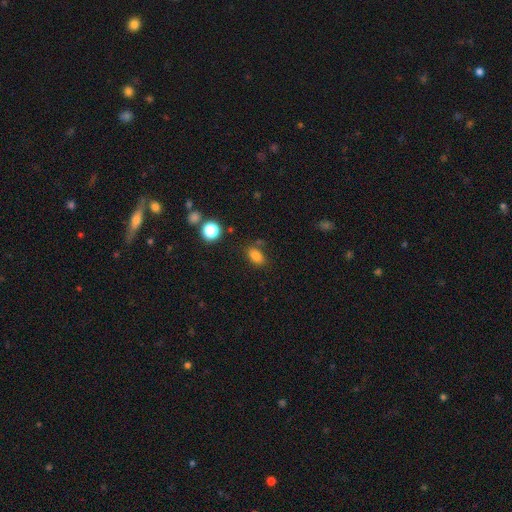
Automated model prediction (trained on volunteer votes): smooth-or-featured: smooth: 81% | star or artifact: 12% | featured or disk: 6%
  how-rounded: in between: 84% | round: 13% | cigar-shaped: 3%
  merging: none: 77% | minor disturbance: 13% | merger: 6% | major disturbance: 4%